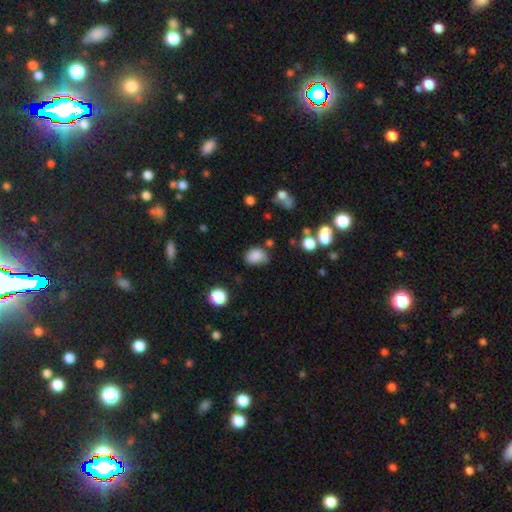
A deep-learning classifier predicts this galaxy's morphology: This appears to be a smooth galaxy with no disk features (82%) that is in between round and cigar-shaped (70%). Merging: none (55%).